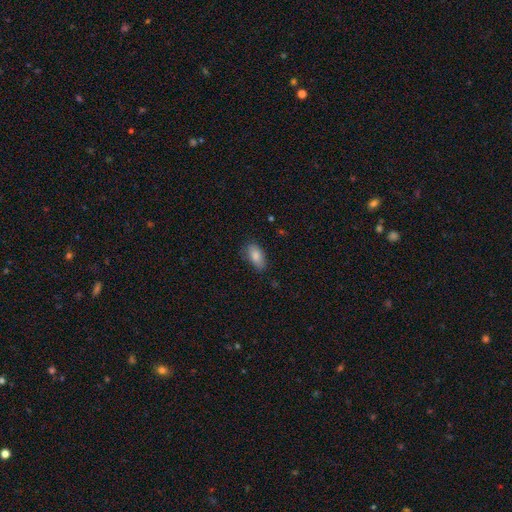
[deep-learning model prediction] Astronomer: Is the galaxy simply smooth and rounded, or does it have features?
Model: smooth — 83%.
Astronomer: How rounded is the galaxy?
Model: in between — 89%.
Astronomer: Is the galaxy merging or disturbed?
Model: none — 76%.